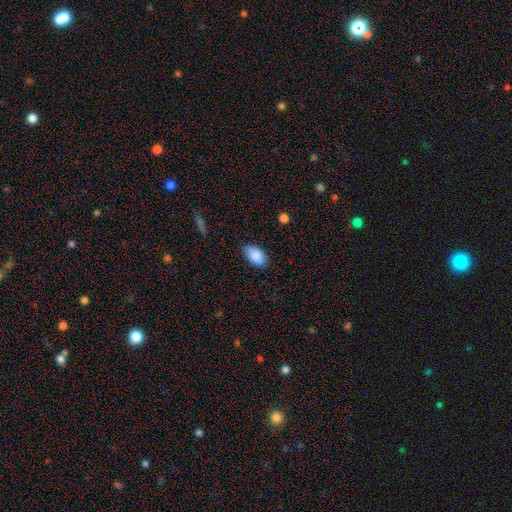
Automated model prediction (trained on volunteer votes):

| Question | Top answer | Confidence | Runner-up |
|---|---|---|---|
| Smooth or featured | smooth | 87% | star or artifact (7%) |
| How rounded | in between | 93% | round (5%) |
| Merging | none | 81% | minor disturbance (15%) |